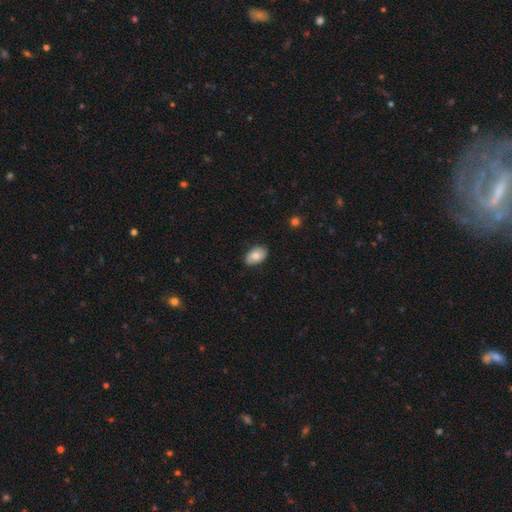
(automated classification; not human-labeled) Smooth or featured: smooth — 74% (featured or disk — 19%)
How rounded: in between — 91% (round — 8%)
Merging: none — 82% (minor disturbance — 15%)